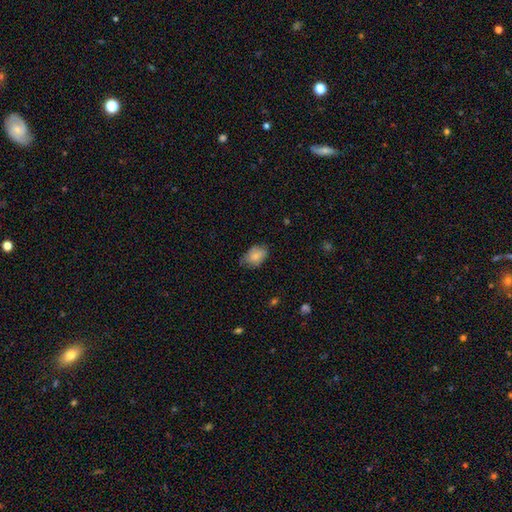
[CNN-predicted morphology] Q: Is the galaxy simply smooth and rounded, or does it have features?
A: smooth — 80%.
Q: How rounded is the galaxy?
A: in between — 84%.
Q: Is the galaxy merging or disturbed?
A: none — 67%.